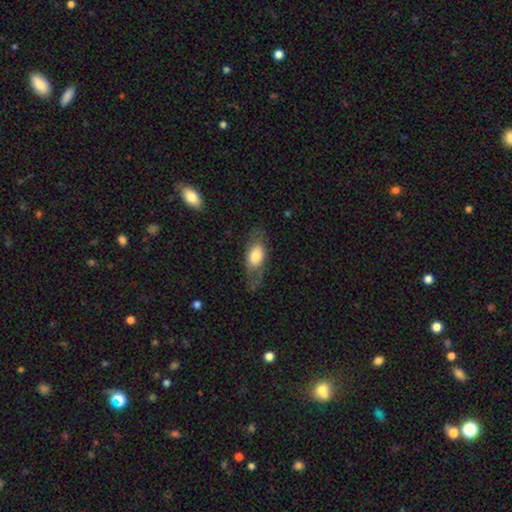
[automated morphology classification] This is likely a smooth galaxy (62%). How rounded: likely in between (79%). Merging: likely none (67%).